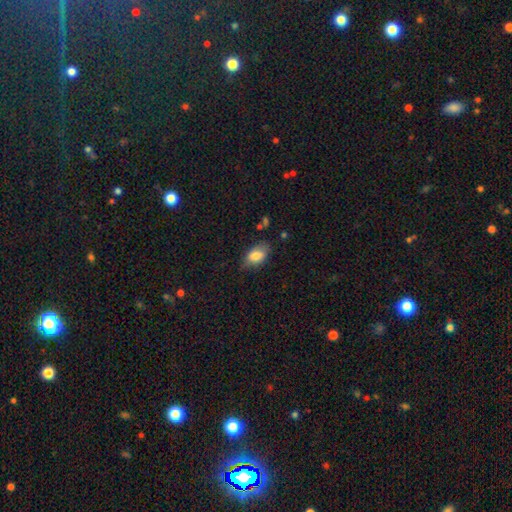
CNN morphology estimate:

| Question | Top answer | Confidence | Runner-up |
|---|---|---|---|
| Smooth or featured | smooth | 79% | featured or disk (14%) |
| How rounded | in between | 89% | round (7%) |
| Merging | none | 64% | minor disturbance (27%) |